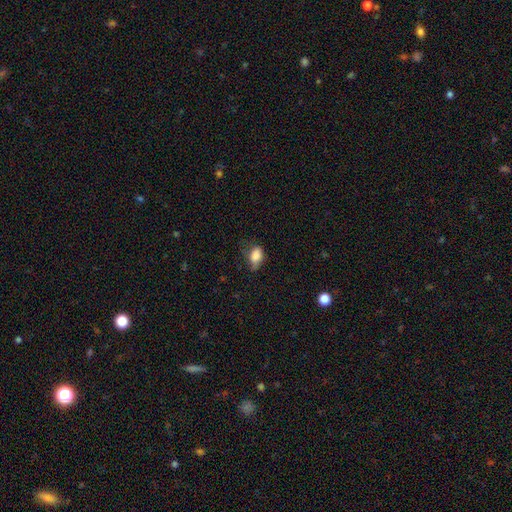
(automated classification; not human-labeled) smooth-or-featured: smooth: 82% | featured or disk: 9% | star or artifact: 9%
  how-rounded: in between: 83% | round: 15% | cigar-shaped: 2%
  merging: minor disturbance: 39% | none: 36% | major disturbance: 22% | merger: 2%